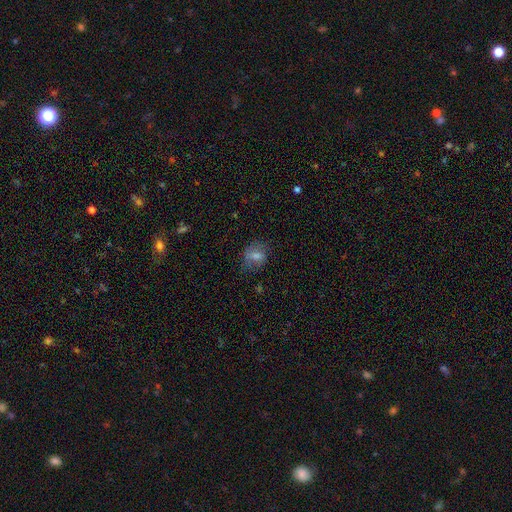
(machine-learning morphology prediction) A smooth galaxy with no disk features (67%) that is in between round and cigar-shaped (54%). Merging: none (64%).